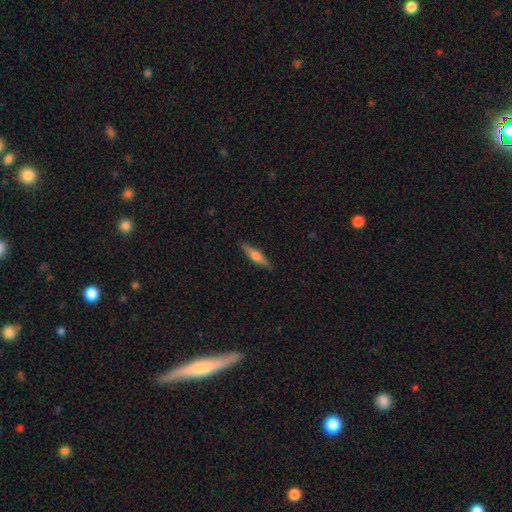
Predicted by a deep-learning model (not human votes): Smooth or featured? smooth (50%)
How rounded? cigar-shaped (79%)
Merging? none (88%)